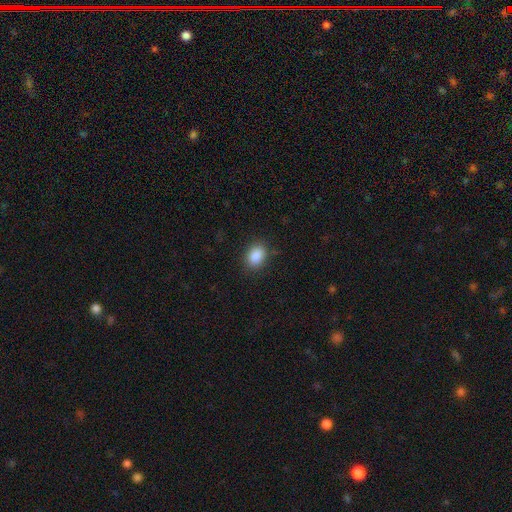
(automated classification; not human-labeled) A smooth galaxy with no disk features (88%) that is in between round and cigar-shaped (74%). Merging: none (85%).